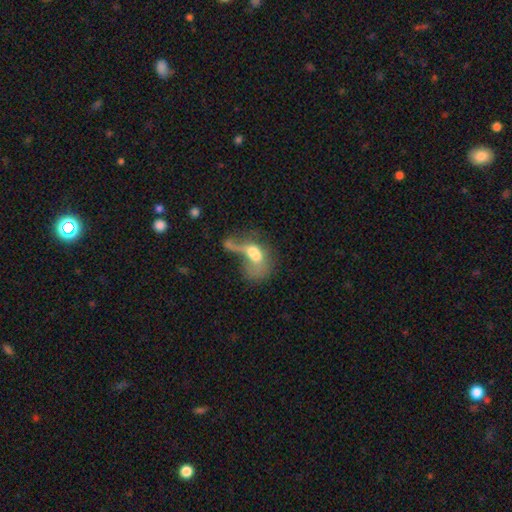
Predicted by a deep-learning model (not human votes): The model was most divided on "merging": merger: 42%, major disturbance: 38%, none: 11%, minor disturbance: 8%. Remaining: smooth or featured — smooth (49%).